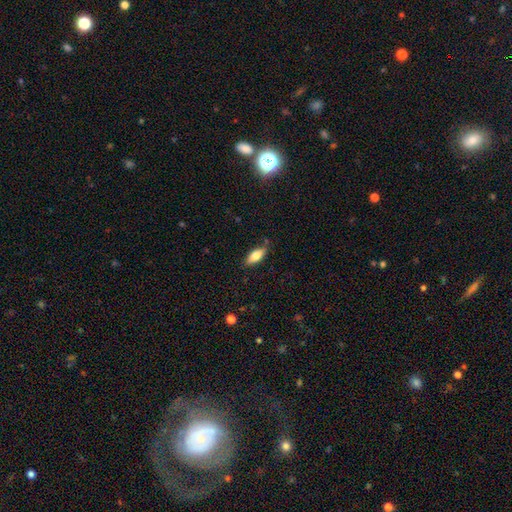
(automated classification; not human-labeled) smooth 74%, featured or disk 19%, star or artifact 7%. Down the decision tree: how rounded — in between (77%); merging — none (82%).